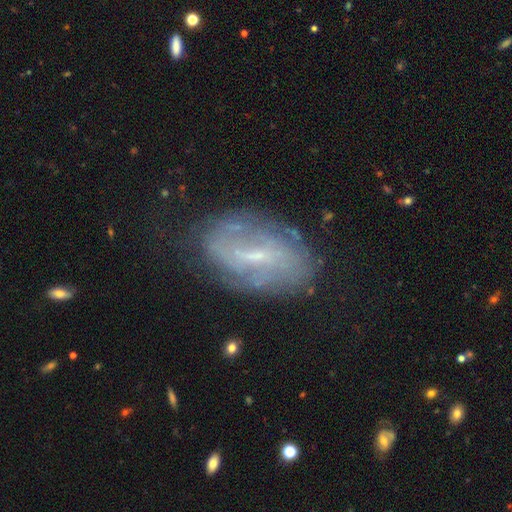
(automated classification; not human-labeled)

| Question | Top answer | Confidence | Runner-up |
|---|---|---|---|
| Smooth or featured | featured or disk | 70% | smooth (21%) |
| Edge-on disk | no | 94% | yes (6%) |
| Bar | weak | 53% | strong (25%) |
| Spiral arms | yes | 70% | no (30%) |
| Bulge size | small | 70% | moderate (18%) |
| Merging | none | 69% | minor disturbance (20%) |